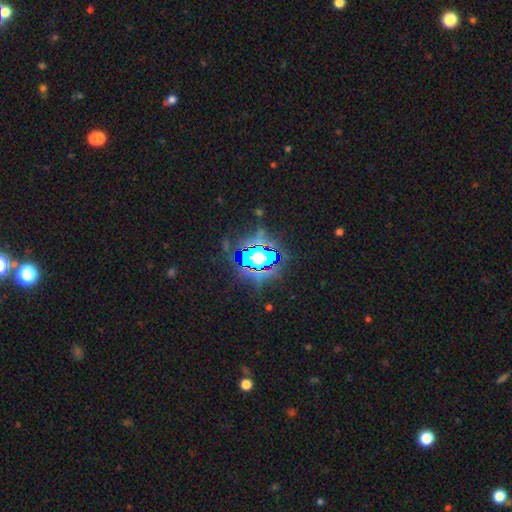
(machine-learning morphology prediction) Q: Smooth or featured?
A: star or artifact (77%); runner-up: smooth (12%)